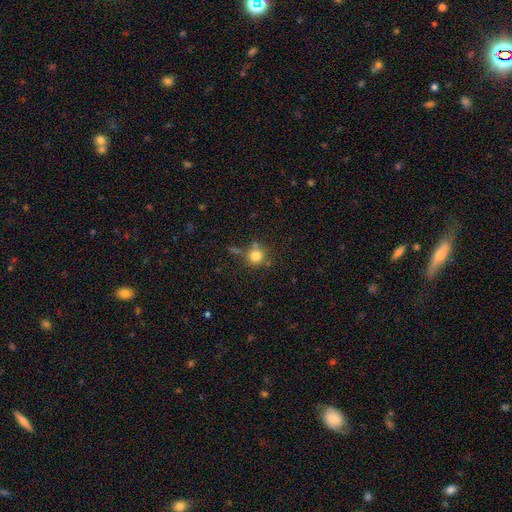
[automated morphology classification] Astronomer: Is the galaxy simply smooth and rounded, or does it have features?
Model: smooth — 80%.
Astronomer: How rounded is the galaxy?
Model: round — 92%.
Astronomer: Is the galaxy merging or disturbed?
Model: none — 70%.